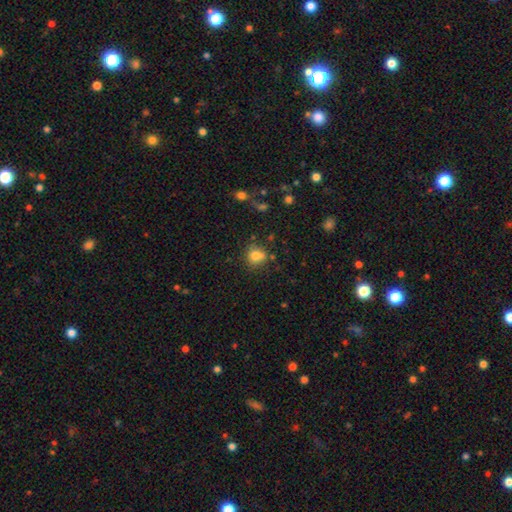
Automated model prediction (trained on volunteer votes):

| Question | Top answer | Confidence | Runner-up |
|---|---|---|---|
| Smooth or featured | smooth | 78% | star or artifact (12%) |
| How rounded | round | 77% | in between (22%) |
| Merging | none | 66% | minor disturbance (18%) |